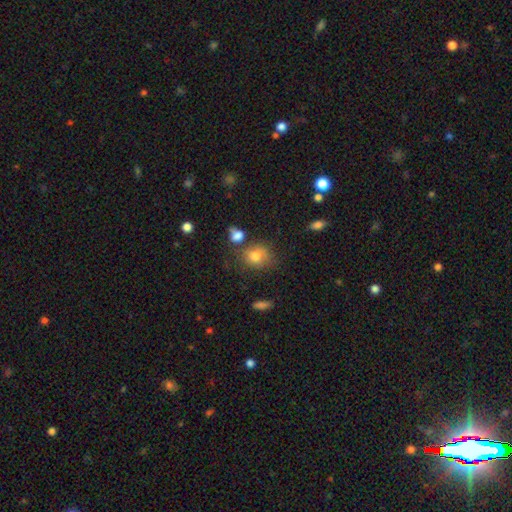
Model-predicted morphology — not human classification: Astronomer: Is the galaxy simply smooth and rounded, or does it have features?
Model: smooth — 78%.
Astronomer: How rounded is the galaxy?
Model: round — 64%.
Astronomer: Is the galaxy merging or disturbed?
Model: none — 59%.